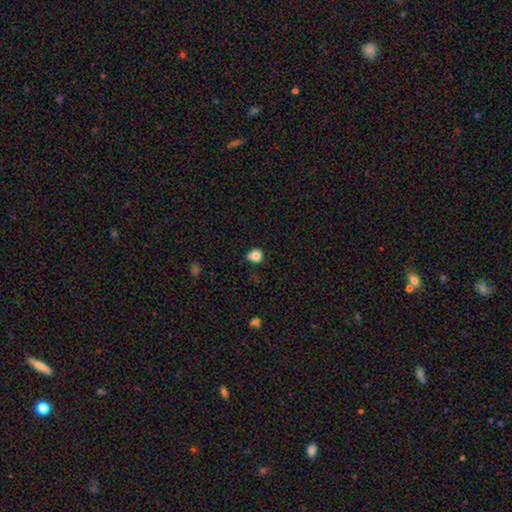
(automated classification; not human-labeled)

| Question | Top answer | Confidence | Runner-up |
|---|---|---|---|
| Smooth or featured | smooth | 81% | star or artifact (12%) |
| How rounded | round | 83% | in between (16%) |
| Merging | none | 63% | minor disturbance (25%) |